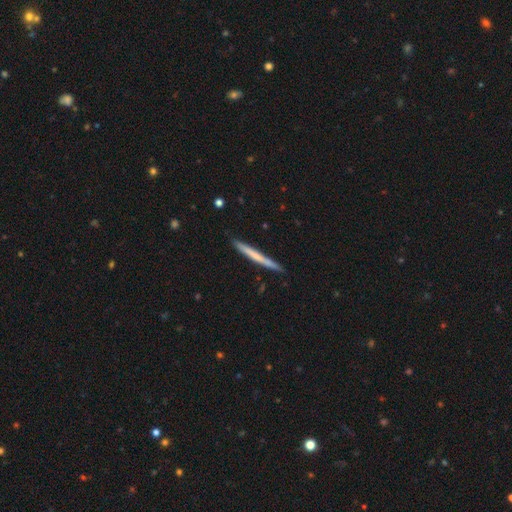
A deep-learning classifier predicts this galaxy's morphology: This appears to be a smooth galaxy with no disk features (55%) that is cigar-shaped (97%). Merging: none (88%).